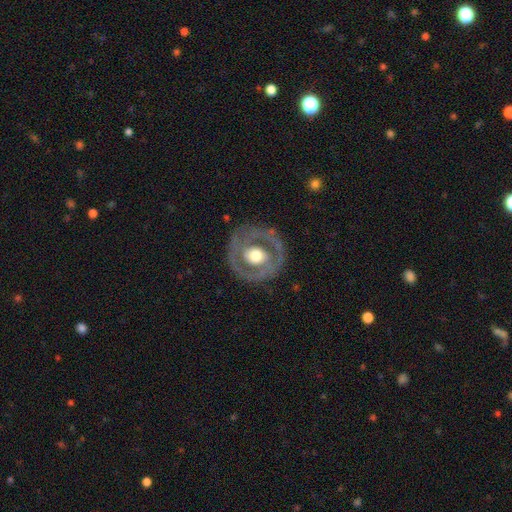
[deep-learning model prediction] Overall: featured or disk (66%; smooth 29%). Edge-on disk: no (96%). Bar: no (74%). Spiral arms: no (65%; yes 35%). Bulge size: moderate (50%; large 41%). Merging: none (75%).